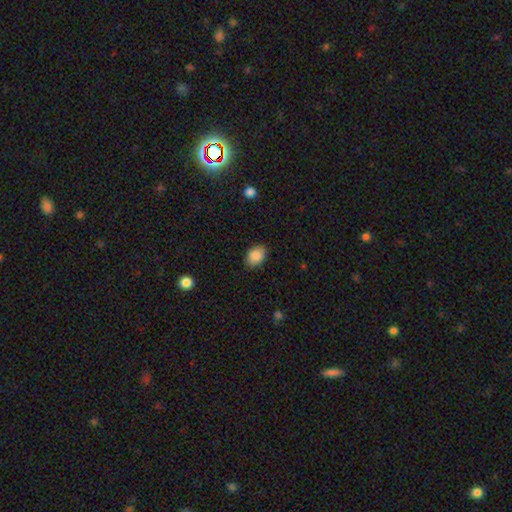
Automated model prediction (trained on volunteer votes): Morphology: type=smooth (89%); roundness=in between (77%); merging=none (85%).